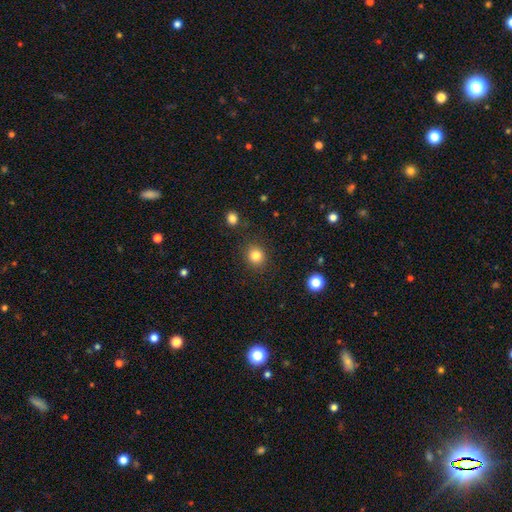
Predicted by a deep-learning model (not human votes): This is clearly a smooth galaxy (83%). How rounded: clearly round (87%). Merging: clearly none (88%).